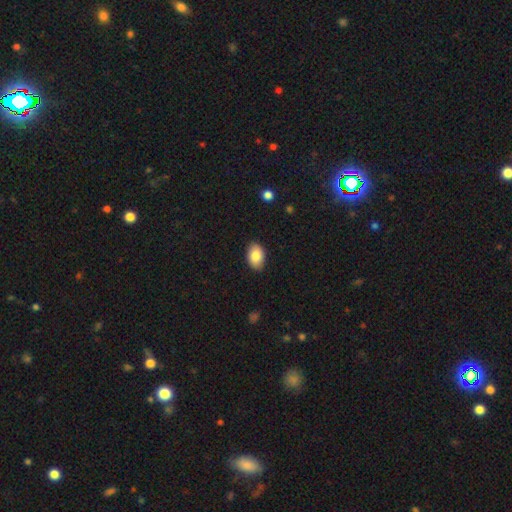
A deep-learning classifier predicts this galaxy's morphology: smooth 83%, featured or disk 9%, star or artifact 7%. Down the decision tree: how rounded — in between (88%); merging — none (88%).